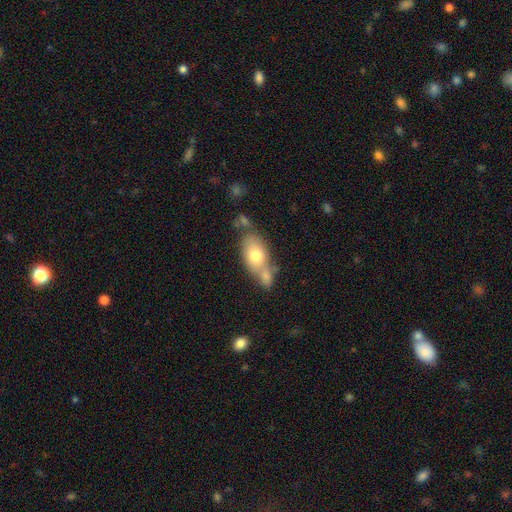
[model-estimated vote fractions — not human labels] Overall: smooth (70%). How rounded: in between (86%). Merging: merger (40%; none 39%).